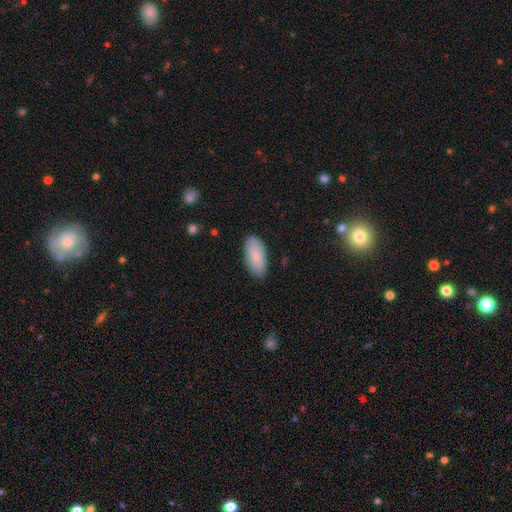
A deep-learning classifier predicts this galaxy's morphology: Overall: smooth (83%). How rounded: in between (89%). Merging: none (85%).